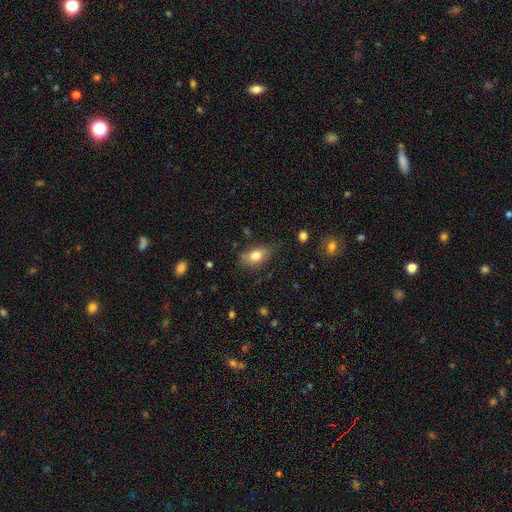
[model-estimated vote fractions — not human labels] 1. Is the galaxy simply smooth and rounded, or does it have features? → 78% smooth, 14% featured or disk, 8% star or artifact.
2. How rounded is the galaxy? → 85% in between, 11% round, 4% cigar-shaped.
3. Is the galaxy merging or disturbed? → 75% none, 19% minor disturbance, 4% major disturbance, 2% merger.